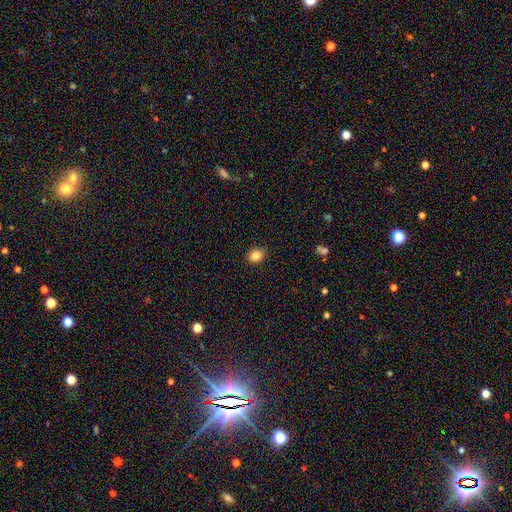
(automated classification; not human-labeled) This is clearly a smooth galaxy (85%). How rounded: possibly in between (51%). Merging: clearly none (89%).